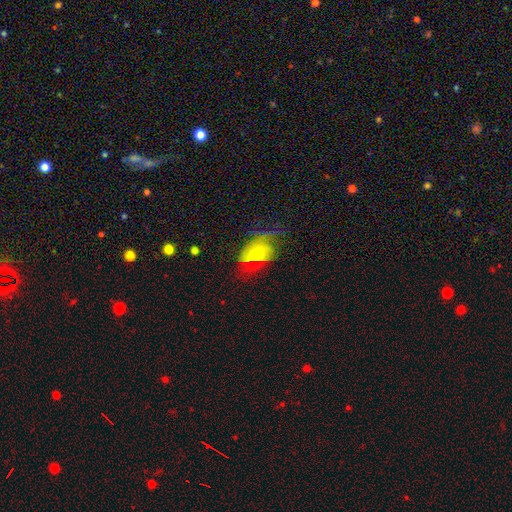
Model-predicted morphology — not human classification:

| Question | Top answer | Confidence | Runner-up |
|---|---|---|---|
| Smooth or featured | smooth | 46% | featured or disk (41%) |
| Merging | none | 39% | major disturbance (31%) |